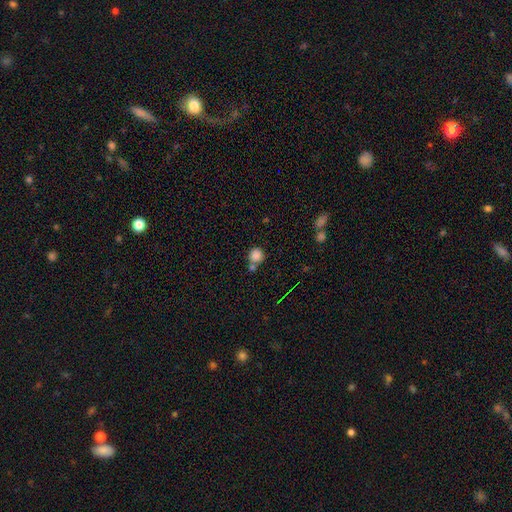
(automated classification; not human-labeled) smooth_or_featured: smooth (p=0.84) [alt: star or artifact p=0.11]
how_rounded: round (p=0.88) [alt: in between p=0.10]
merging: none (p=0.58) [alt: merger p=0.27]